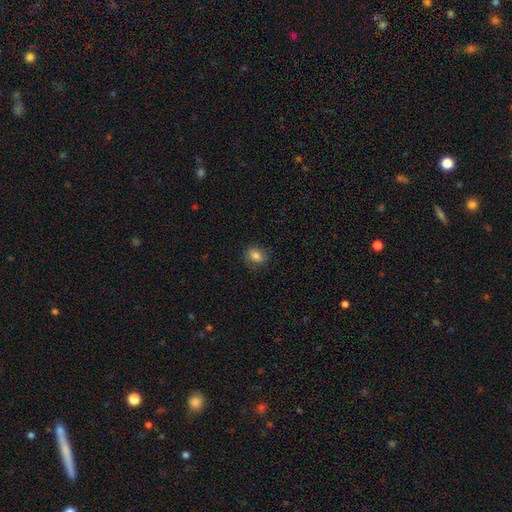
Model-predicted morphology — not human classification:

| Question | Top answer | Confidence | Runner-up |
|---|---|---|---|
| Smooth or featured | smooth | 80% | star or artifact (10%) |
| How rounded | in between | 53% | round (46%) |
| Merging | none | 79% | minor disturbance (15%) |